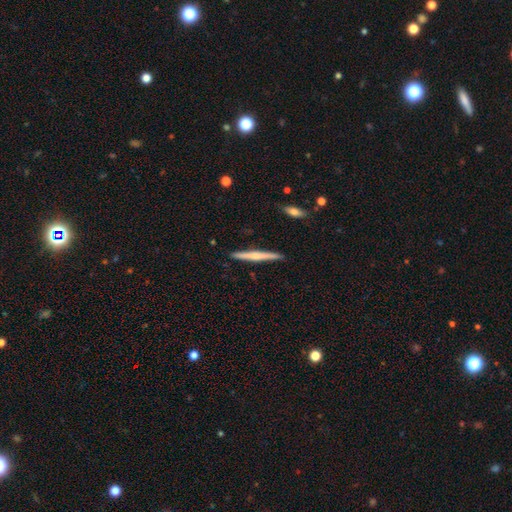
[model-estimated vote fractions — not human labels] Smooth or featured? featured or disk (56%)
Edge-on disk? yes (98%)
Edge-on bulge? rounded (60%)
Merging? none (91%)